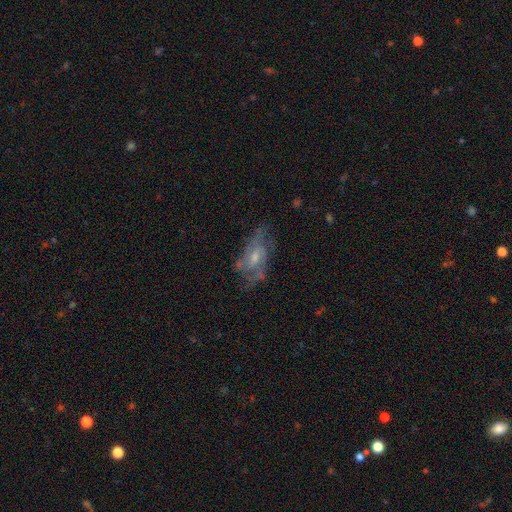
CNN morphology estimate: Smooth or featured?
  - featured or disk: 72% *
  - smooth: 19%
  - star or artifact: 9%
Edge-on disk?
  - no: 92% *
  - yes: 8%
Bar?
  - no: 57% *
  - weak: 36%
  - strong: 7%
Spiral arms?
  - yes: 81% *
  - no: 19%
Spiral winding?
  - medium: 46% *
  - tight: 31%
  - loose: 23%
Spiral arm count?
  - can't tell: 35% *
  - 2: 34%
  - 3: 17%
  - 4: 7%
  - 1: 4%
  - more than 4: 4%
Bulge size?
  - small: 47% *
  - moderate: 42%
  - none: 6%
  - large: 3%
  - dominant: 1%
Merging?
  - none: 61% *
  - minor disturbance: 22%
  - major disturbance: 15%
  - merger: 2%